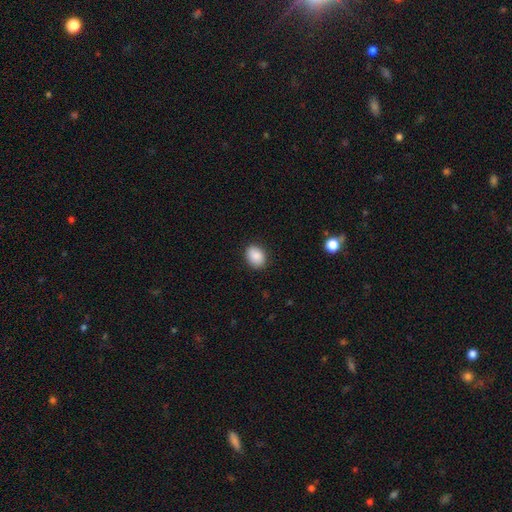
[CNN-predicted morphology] A smooth galaxy with no disk features (89%) that is in between round and cigar-shaped (69%). Merging: none (87%).